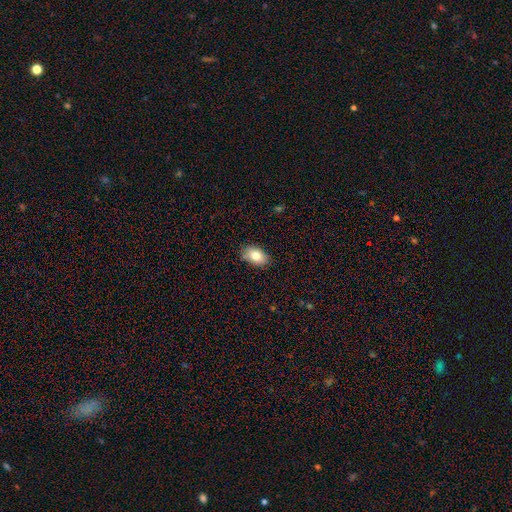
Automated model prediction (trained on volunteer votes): Smooth or featured? Predicted: smooth (p=0.82). How rounded? Predicted: in between (p=0.88). Merging? Predicted: none (p=0.83).